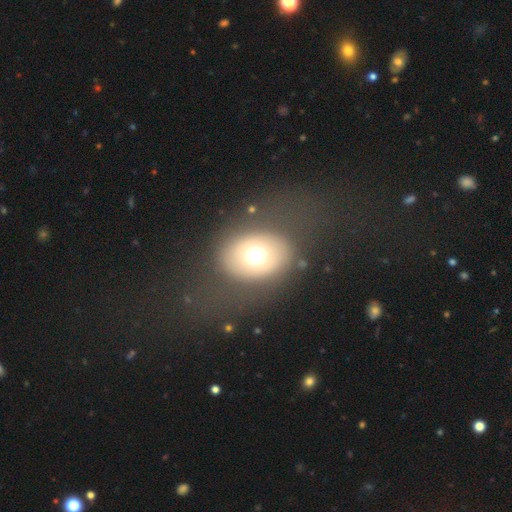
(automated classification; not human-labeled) A smooth galaxy with no disk features (64%) that is in between round and cigar-shaped (56%).

Vote fractions:
- Smooth or featured? smooth: 64% / featured or disk: 23% / star or artifact: 13%
- How rounded? in between: 56% / round: 43% / cigar-shaped: 1%
- Merging? none: 77% / major disturbance: 11% / minor disturbance: 10% / merger: 2%